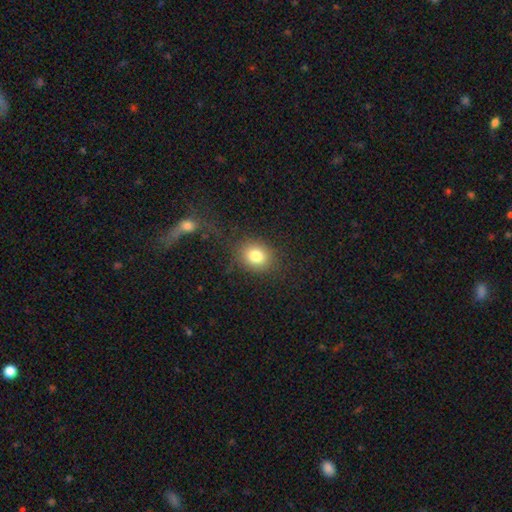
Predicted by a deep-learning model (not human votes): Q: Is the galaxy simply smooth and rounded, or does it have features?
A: smooth — 80%.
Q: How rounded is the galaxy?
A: round — 63%.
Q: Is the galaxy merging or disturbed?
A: none — 81%.